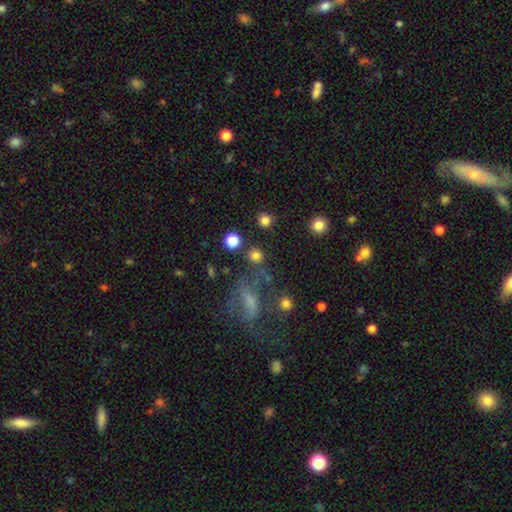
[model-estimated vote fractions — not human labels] The model was most divided on "smooth or featured": smooth: 78%, star or artifact: 16%, featured or disk: 6%. More confident: how rounded — round (89%); merging — none (75%).